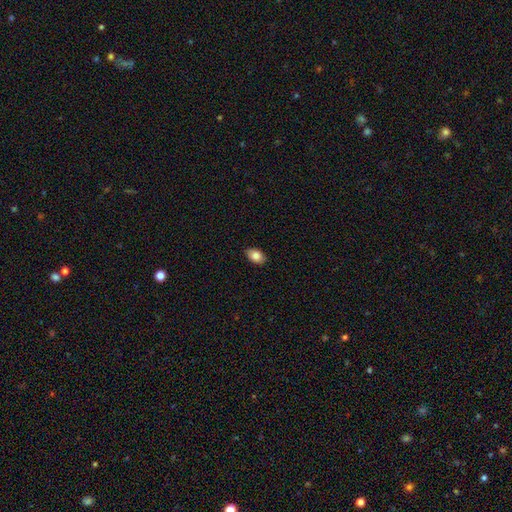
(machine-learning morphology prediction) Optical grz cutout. It shows a smooth galaxy with no disk features (84%) that is in between round and cigar-shaped (90%). Merging: none (88%).